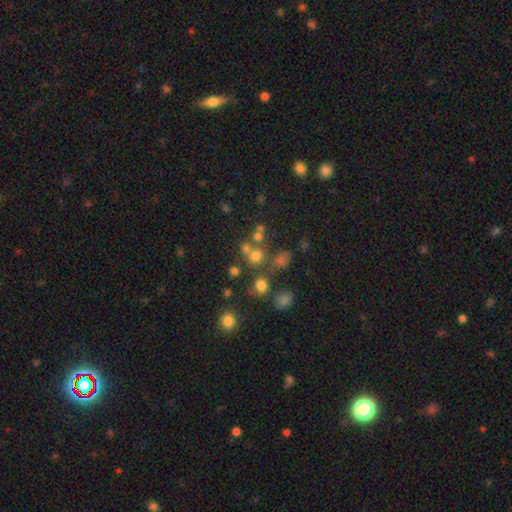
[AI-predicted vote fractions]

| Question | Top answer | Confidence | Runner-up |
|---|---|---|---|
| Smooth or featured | smooth | 65% | star or artifact (23%) |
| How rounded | round | 85% | in between (14%) |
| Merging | none | 56% | merger (30%) |